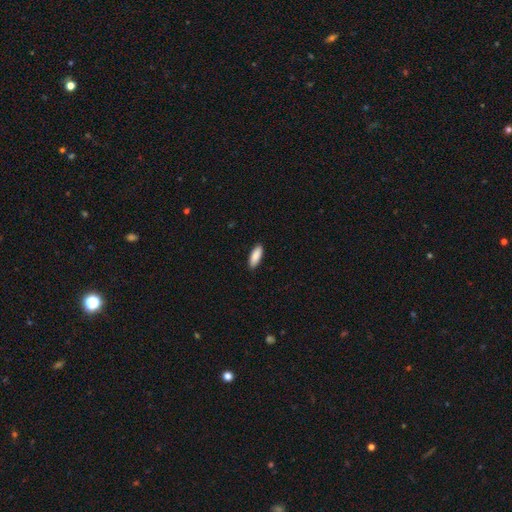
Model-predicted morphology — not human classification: type=smooth (89%); roundness=in between (73%); merging=none (89%).